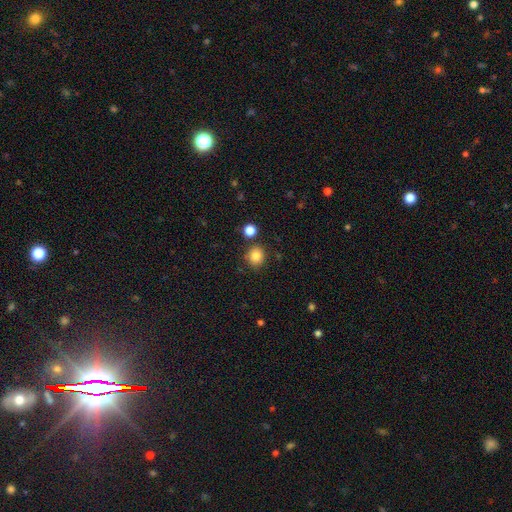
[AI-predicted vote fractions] A smooth galaxy with no disk features (84%) that is round (82%). Merging: none (82%).